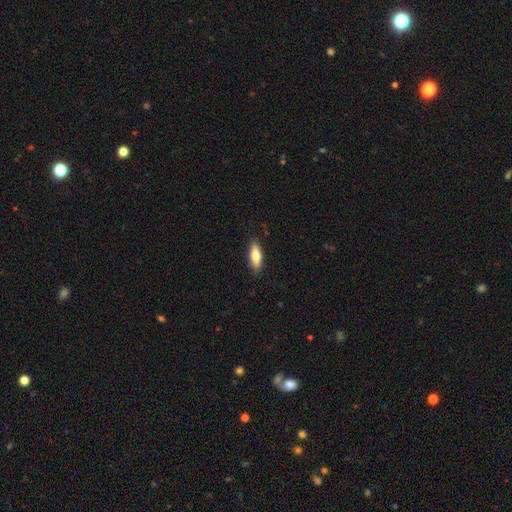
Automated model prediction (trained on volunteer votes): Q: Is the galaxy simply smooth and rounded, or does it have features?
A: smooth — 77%.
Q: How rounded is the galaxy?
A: in between — 62%.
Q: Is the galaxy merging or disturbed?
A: none — 87%.